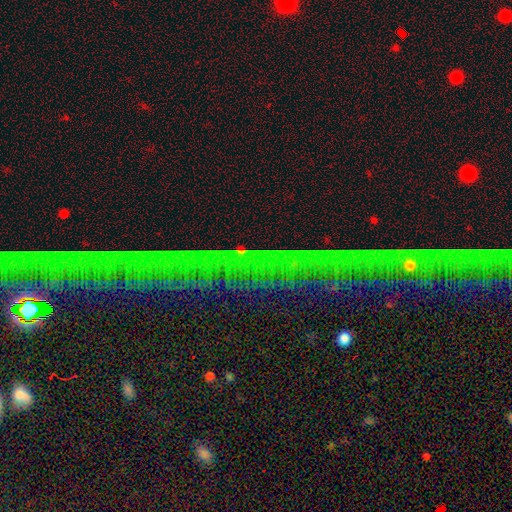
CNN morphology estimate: Smooth or featured?
  - star or artifact: 83% *
  - featured or disk: 9%
  - smooth: 7%